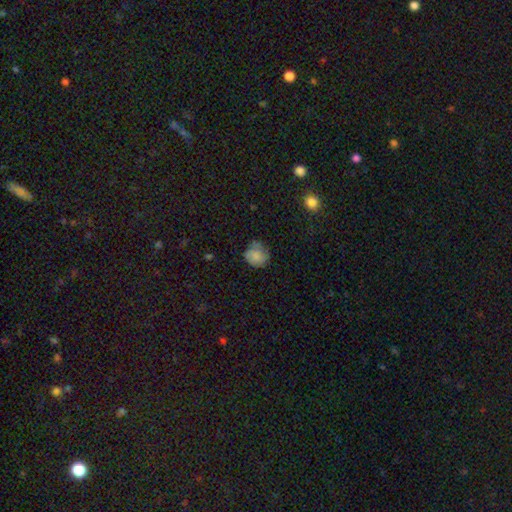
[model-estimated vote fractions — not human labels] smooth 77%, featured or disk 15%, star or artifact 9%. Down the decision tree: how rounded — round (81%); merging — none (59%).